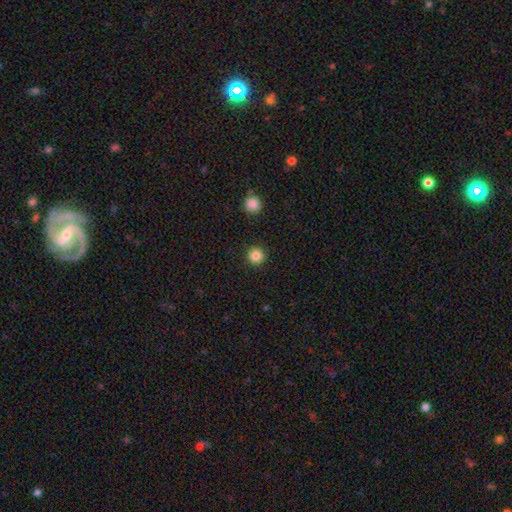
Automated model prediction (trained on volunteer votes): A smooth galaxy with no disk features (86%) that is round (95%).

Vote fractions:
- Smooth or featured? smooth: 86% / star or artifact: 11% / featured or disk: 4%
- How rounded? round: 95% / in between: 4% / cigar-shaped: 1%
- Merging? none: 92% / minor disturbance: 5% / major disturbance: 2% / merger: 1%